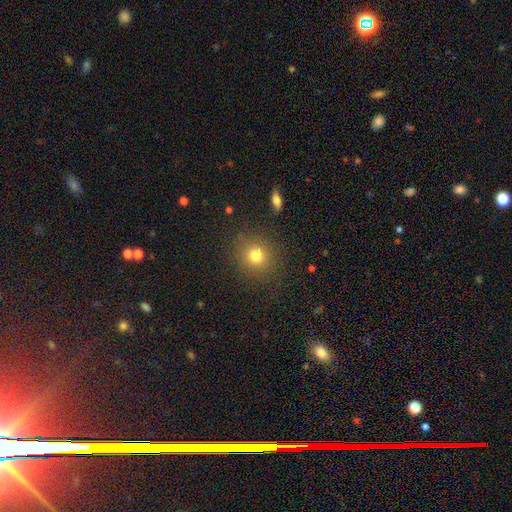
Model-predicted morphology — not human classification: Smooth or featured?
  - smooth: 78% *
  - star or artifact: 14%
  - featured or disk: 8%
How rounded?
  - round: 86% *
  - in between: 13%
  - cigar-shaped: 1%
Merging?
  - none: 87% *
  - minor disturbance: 8%
  - major disturbance: 3%
  - merger: 2%